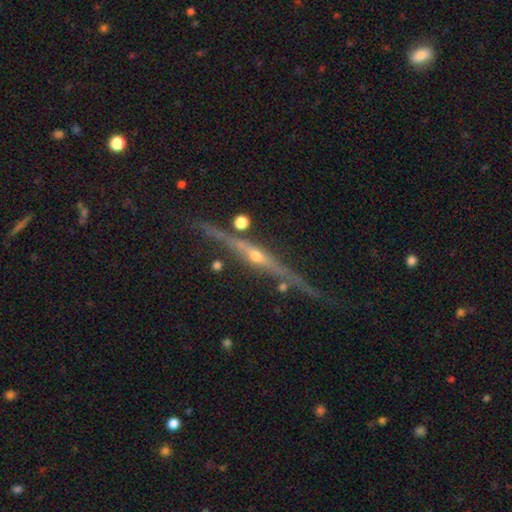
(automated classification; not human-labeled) Overall: featured or disk (85%). Edge-on disk: yes (97%). Edge-on bulge: rounded (88%). Merging: none (80%).